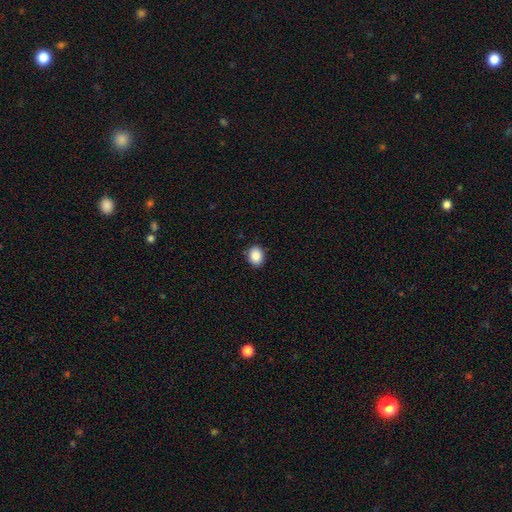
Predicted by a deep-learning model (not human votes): Q: Smooth or featured?
A: smooth (88%); runner-up: star or artifact (8%)
Q: How rounded?
A: in between (55%); runner-up: round (44%)
Q: Merging?
A: none (88%); runner-up: minor disturbance (9%)